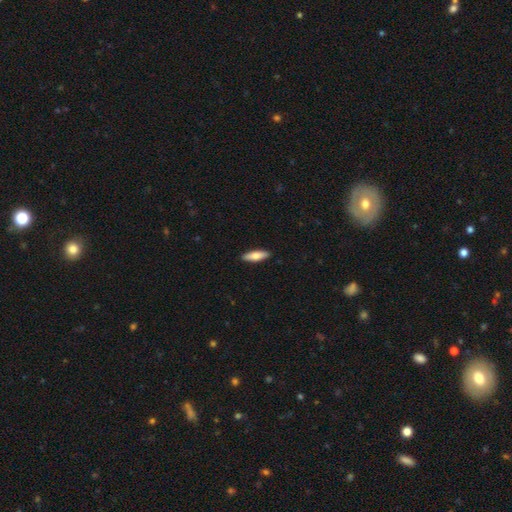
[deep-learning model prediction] Overall: smooth (73%). How rounded: cigar-shaped (56%; in between 42%). Merging: none (91%).